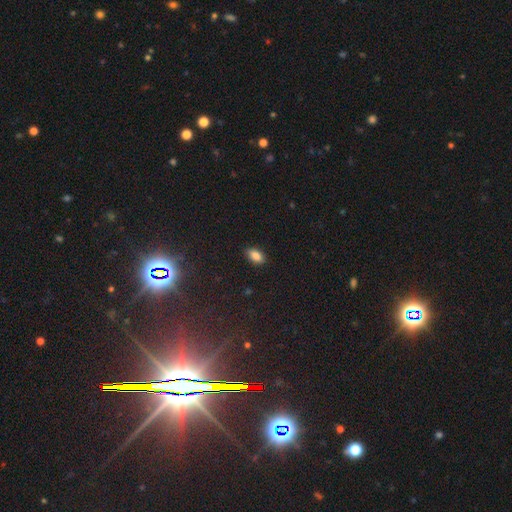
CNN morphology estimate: A smooth galaxy with no disk features (85%) that is in between round and cigar-shaped (92%). Merging: none (87%).